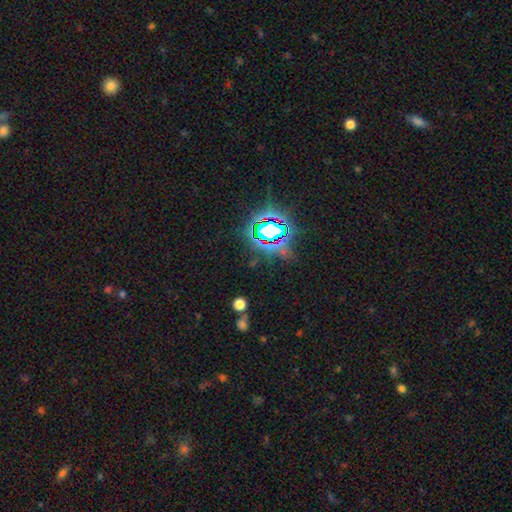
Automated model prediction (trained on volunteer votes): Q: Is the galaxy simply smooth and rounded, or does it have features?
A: star or artifact — 83%.